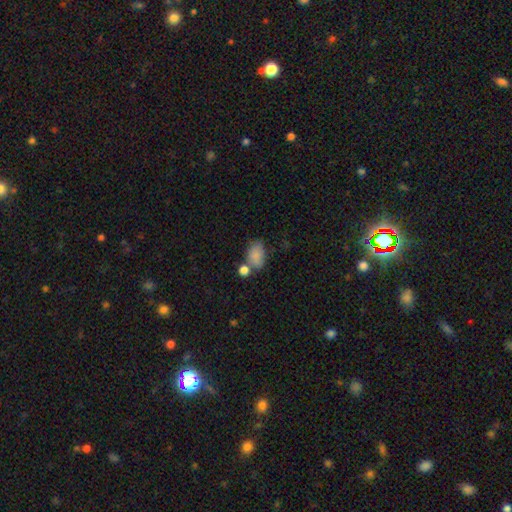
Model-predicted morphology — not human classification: This is clearly a smooth galaxy (83%). How rounded: clearly in between (85%). Merging: possibly none (51%).